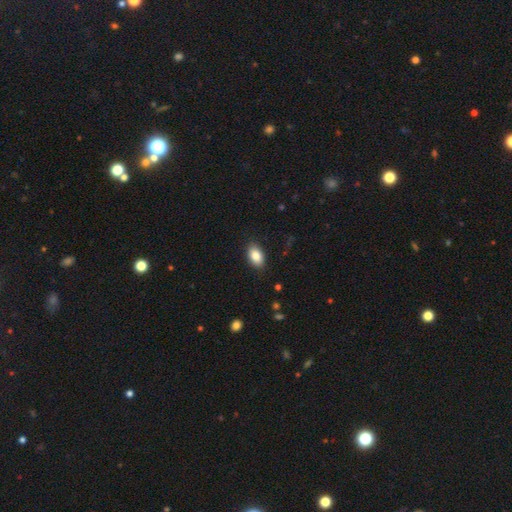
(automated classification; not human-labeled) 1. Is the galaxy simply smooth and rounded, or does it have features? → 86% smooth, 8% star or artifact, 7% featured or disk.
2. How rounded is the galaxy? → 91% in between, 7% round, 2% cigar-shaped.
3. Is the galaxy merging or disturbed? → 88% none, 9% minor disturbance, 2% major disturbance, 1% merger.